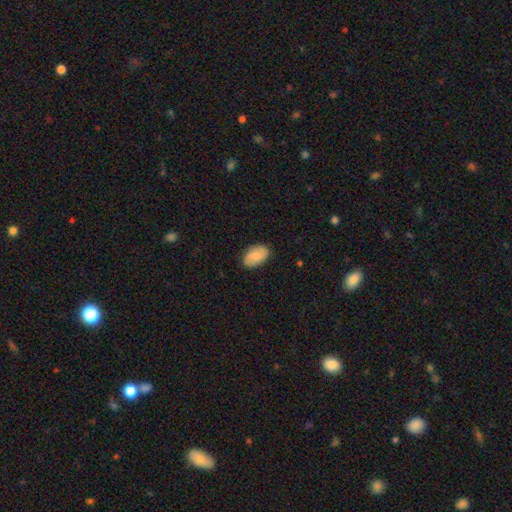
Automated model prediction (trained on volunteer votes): A smooth galaxy with no disk features (70%) that is in between round and cigar-shaped (91%). Merging: none (83%).